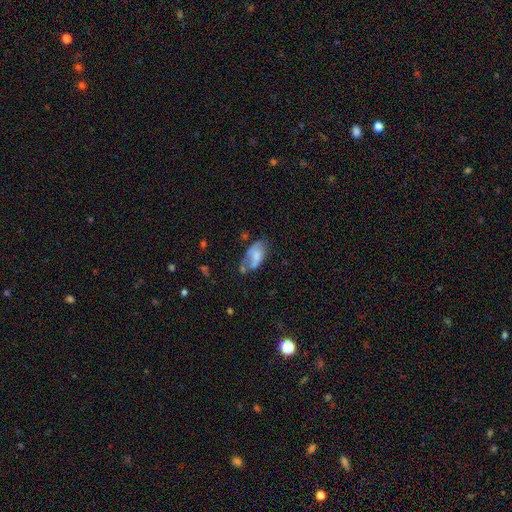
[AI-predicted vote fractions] Smooth or featured? Predicted: smooth (p=0.59). How rounded? Predicted: in between (p=0.92). Merging? Predicted: none (p=0.32).